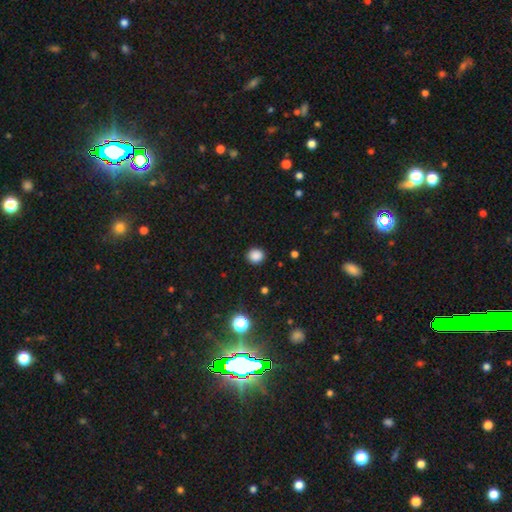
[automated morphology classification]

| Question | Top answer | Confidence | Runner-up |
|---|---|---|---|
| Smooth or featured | smooth | 85% | star or artifact (12%) |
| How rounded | round | 84% | in between (15%) |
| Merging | none | 90% | minor disturbance (7%) |